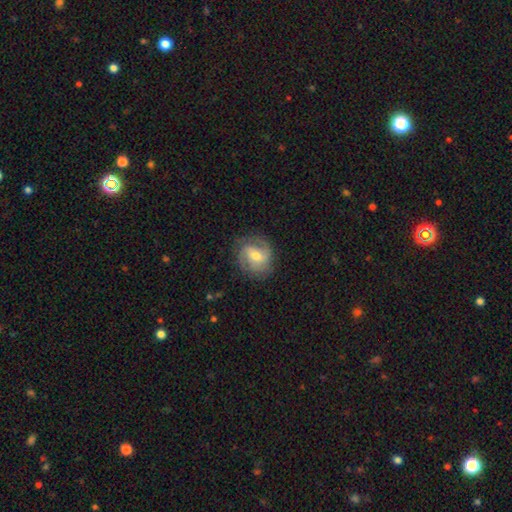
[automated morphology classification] Smooth or featured: featured or disk — 72% (smooth — 22%)
Edge-on disk: no — 97% (yes — 3%)
Bar: weak — 50% (no — 27%)
Spiral arms: yes — 91% (no — 9%)
Spiral winding: medium — 45% (tight — 35%)
Spiral arm count: 2 — 56% (3 — 17%)
Bulge size: moderate — 64% (small — 29%)
Merging: none — 76% (minor disturbance — 16%)